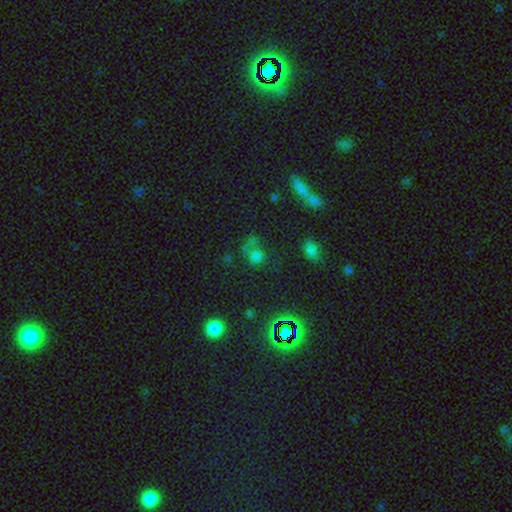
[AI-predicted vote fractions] Overall: smooth (49%; star or artifact 39%). Merging: none (52%; merger 29%).